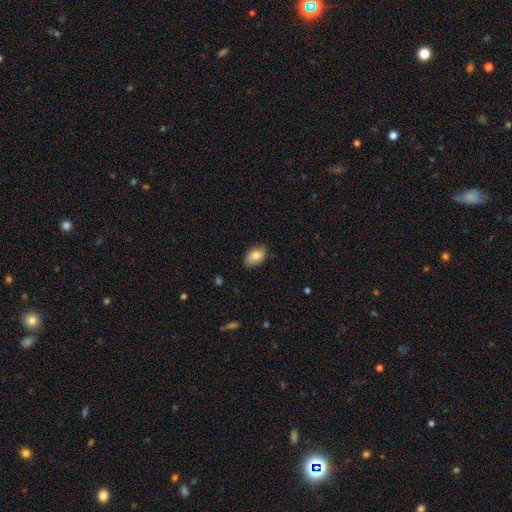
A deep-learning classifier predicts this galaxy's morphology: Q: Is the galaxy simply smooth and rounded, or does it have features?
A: smooth — 82%.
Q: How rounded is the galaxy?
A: in between — 89%.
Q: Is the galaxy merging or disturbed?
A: none — 80%.